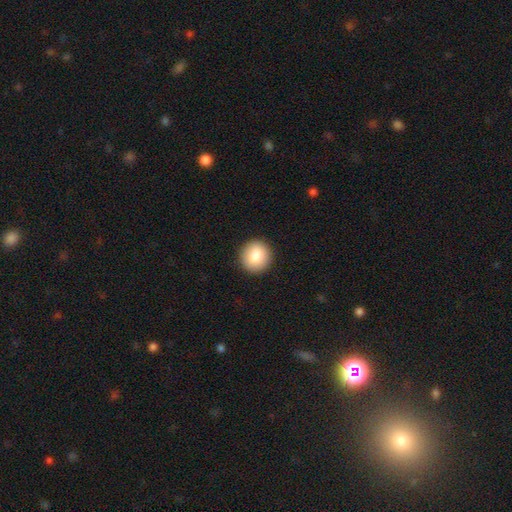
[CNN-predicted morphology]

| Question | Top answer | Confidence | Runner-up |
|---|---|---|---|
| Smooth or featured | smooth | 86% | star or artifact (8%) |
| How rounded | round | 90% | in between (9%) |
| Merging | none | 91% | minor disturbance (6%) |